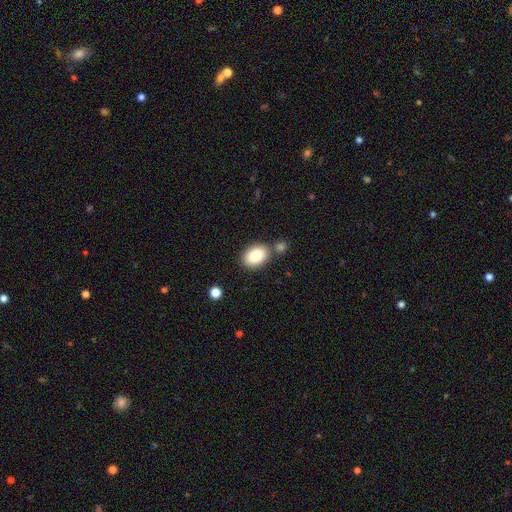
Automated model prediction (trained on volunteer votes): smooth-or-featured: smooth: 86% | star or artifact: 7% | featured or disk: 7%
  how-rounded: in between: 84% | round: 15% | cigar-shaped: 1%
  merging: none: 71% | merger: 14% | minor disturbance: 12% | major disturbance: 3%